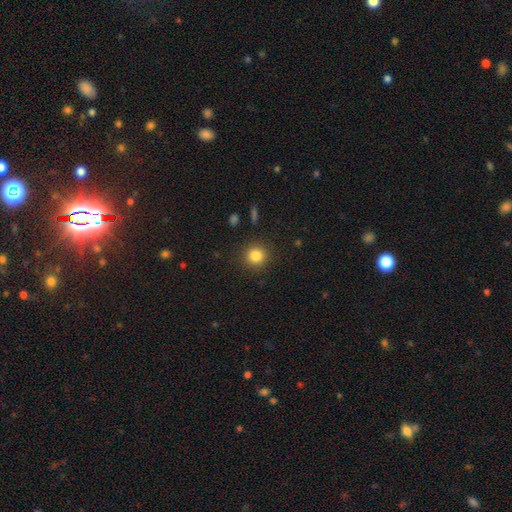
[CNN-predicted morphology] This is clearly a smooth galaxy (84%). How rounded: clearly round (92%). Merging: clearly none (90%).